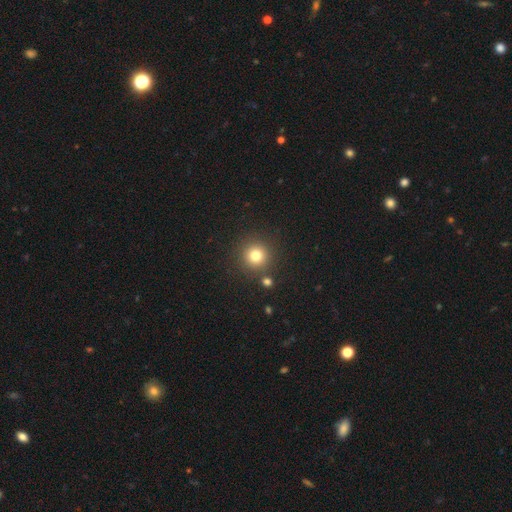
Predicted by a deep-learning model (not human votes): Q: Smooth or featured?
A: smooth (79%); runner-up: star or artifact (14%)
Q: How rounded?
A: round (95%); runner-up: in between (4%)
Q: Merging?
A: none (87%); runner-up: minor disturbance (6%)